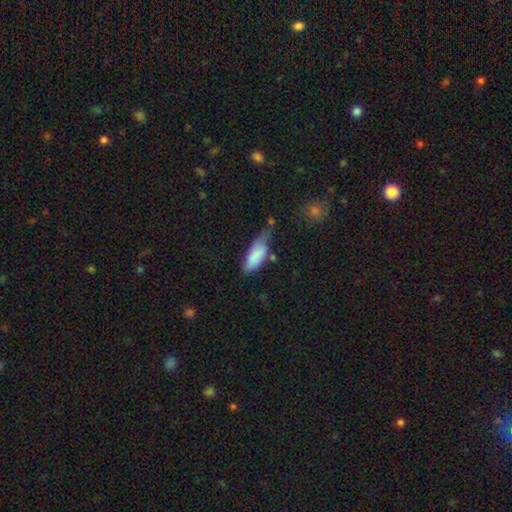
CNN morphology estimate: Smooth or featured?
  - smooth: 83% *
  - featured or disk: 11%
  - star or artifact: 7%
How rounded?
  - in between: 74% *
  - cigar-shaped: 24%
  - round: 2%
Merging?
  - minor disturbance: 42% *
  - none: 30%
  - major disturbance: 20%
  - merger: 9%